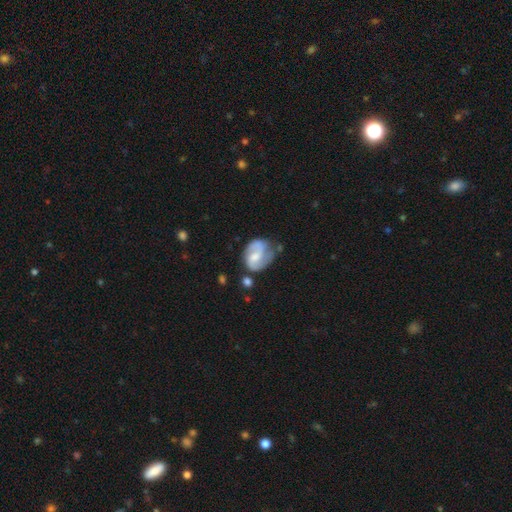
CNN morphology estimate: Smooth or featured?
  - featured or disk: 69% *
  - smooth: 24%
  - star or artifact: 6%
Edge-on disk?
  - no: 98% *
  - yes: 2%
Bar?
  - weak: 48% *
  - no: 40%
  - strong: 13%
Spiral arms?
  - yes: 89% *
  - no: 11%
Spiral winding?
  - medium: 47% *
  - loose: 31%
  - tight: 22%
Spiral arm count?
  - 2: 81% *
  - can't tell: 9%
  - 1: 6%
  - 3: 2%
  - 4: 1%
  - more than 4: 1%
Bulge size?
  - moderate: 46% *
  - small: 33%
  - none: 13%
  - large: 7%
  - dominant: 1%
Merging?
  - none: 52% *
  - minor disturbance: 28%
  - major disturbance: 13%
  - merger: 7%